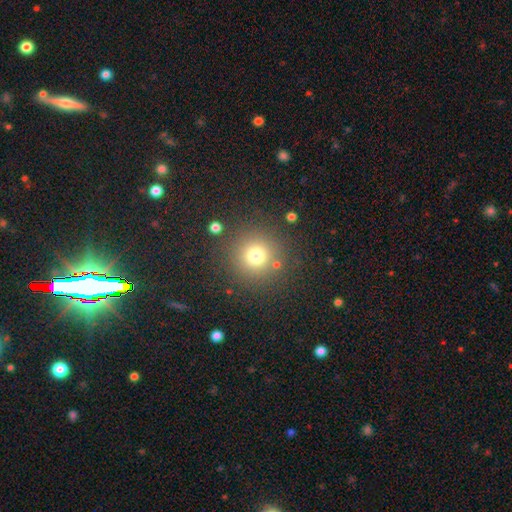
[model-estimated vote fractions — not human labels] Smooth or featured? smooth (74%)
How rounded? round (95%)
Merging? none (85%)